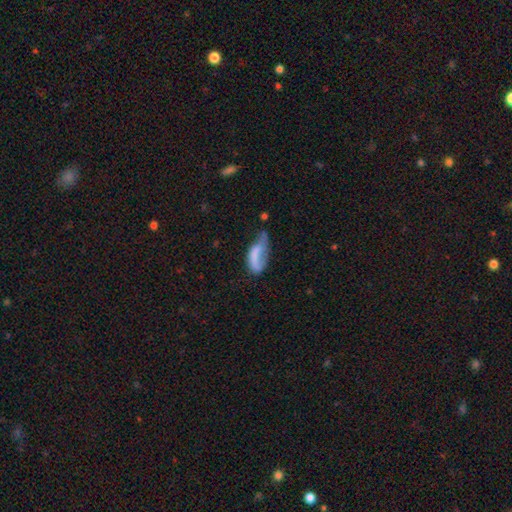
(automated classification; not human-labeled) Smooth or featured? smooth (56%)
How rounded? in between (83%)
Merging? major disturbance (42%)